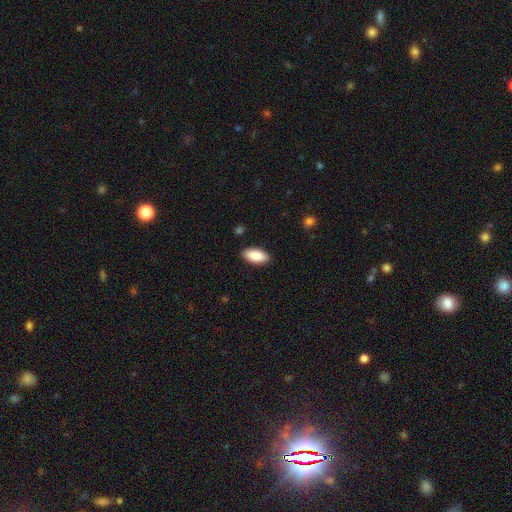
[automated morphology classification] A smooth galaxy with no disk features (90%) that is in between round and cigar-shaped (92%). Merging: none (88%).